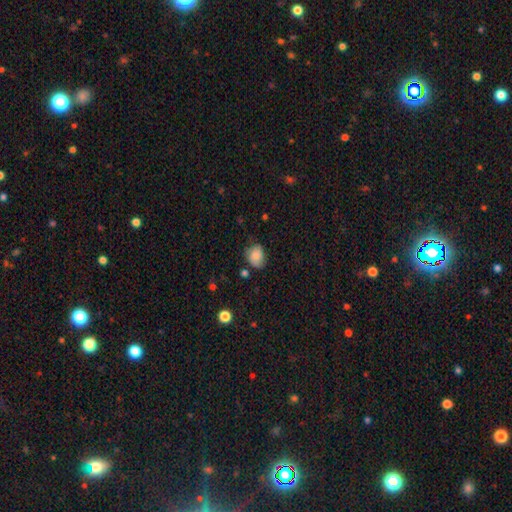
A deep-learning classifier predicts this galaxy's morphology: The model was most divided on "how rounded": in between: 54%, round: 45%, cigar-shaped: 1%. More confident: smooth or featured — smooth (82%); merging — none (60%).